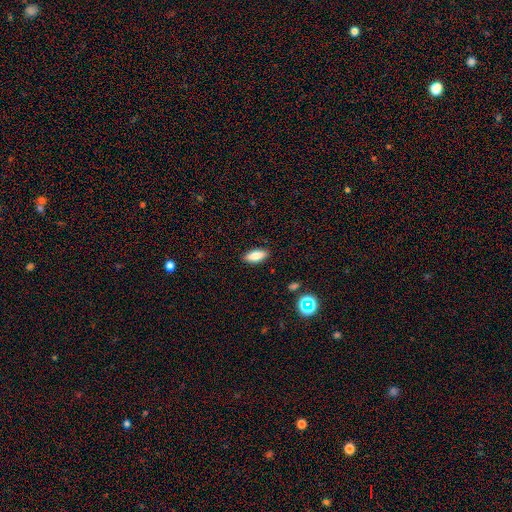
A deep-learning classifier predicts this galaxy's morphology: Q: Smooth or featured?
A: smooth (84%); runner-up: featured or disk (8%)
Q: How rounded?
A: in between (82%); runner-up: cigar-shaped (16%)
Q: Merging?
A: none (89%); runner-up: minor disturbance (8%)